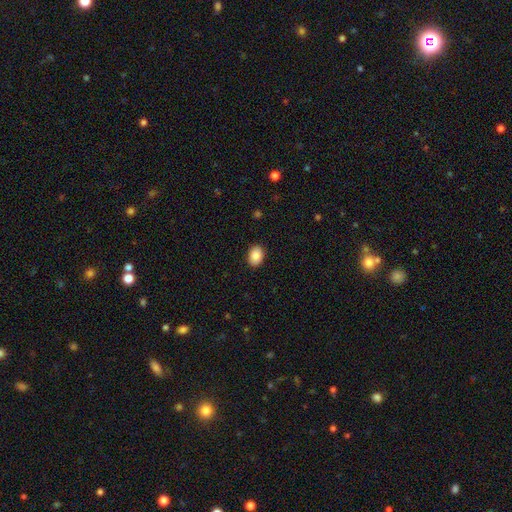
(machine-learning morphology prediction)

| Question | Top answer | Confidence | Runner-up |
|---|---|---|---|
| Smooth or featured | smooth | 89% | star or artifact (7%) |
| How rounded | in between | 77% | round (22%) |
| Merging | none | 90% | minor disturbance (7%) |